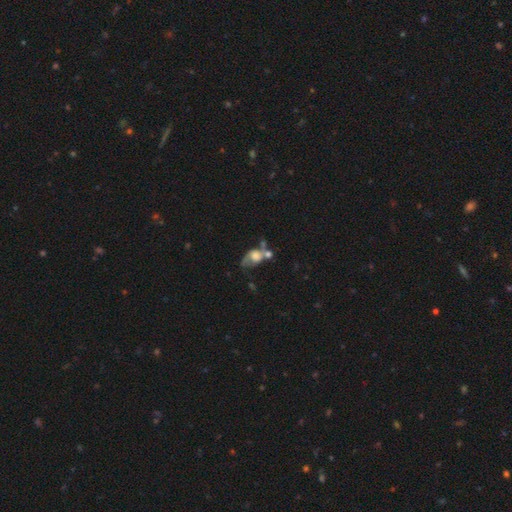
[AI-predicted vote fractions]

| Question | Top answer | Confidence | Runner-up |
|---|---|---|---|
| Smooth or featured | smooth | 45% | featured or disk (44%) |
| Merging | merger | 39% | major disturbance (24%) |